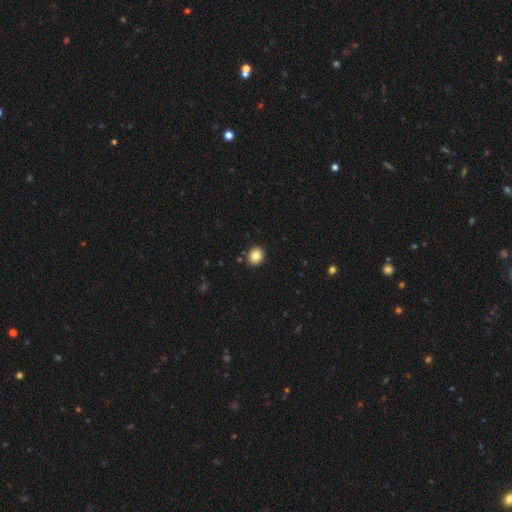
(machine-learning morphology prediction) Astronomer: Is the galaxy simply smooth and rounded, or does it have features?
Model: smooth — 84%.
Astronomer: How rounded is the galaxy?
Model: round — 81%.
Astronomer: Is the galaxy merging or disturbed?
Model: none — 91%.